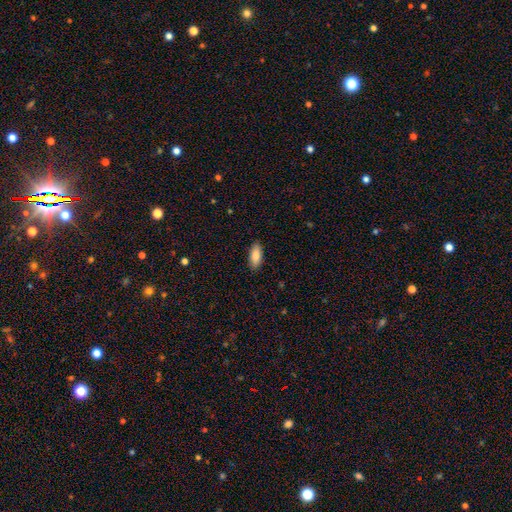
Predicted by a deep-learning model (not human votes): This appears to be a smooth galaxy with no disk features (88%) that is in between round and cigar-shaped (82%). Merging: none (89%).